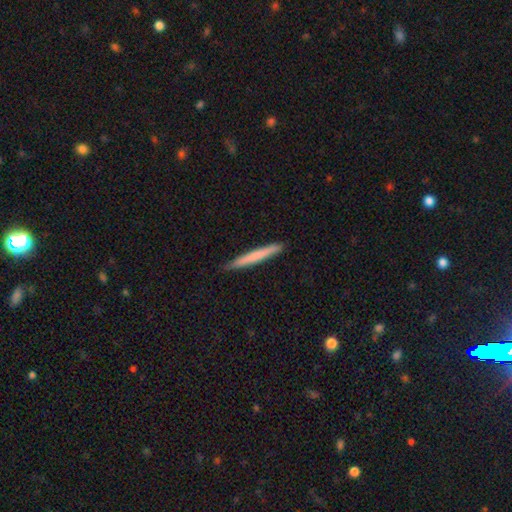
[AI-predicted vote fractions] Morphology: type=smooth (68%); roundness=cigar-shaped (97%); merging=none (89%).